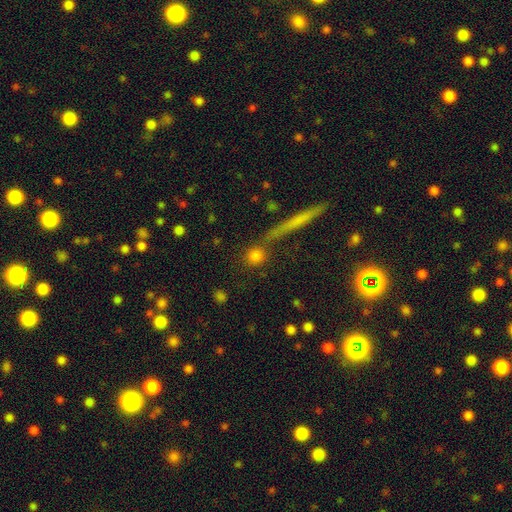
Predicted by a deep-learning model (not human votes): A smooth galaxy with no disk features (78%) that is round (88%).

Vote fractions:
- Smooth or featured? smooth: 78% / star or artifact: 14% / featured or disk: 9%
- How rounded? round: 88% / in between: 8% / cigar-shaped: 4%
- Merging? none: 75% / merger: 12% / minor disturbance: 8% / major disturbance: 4%